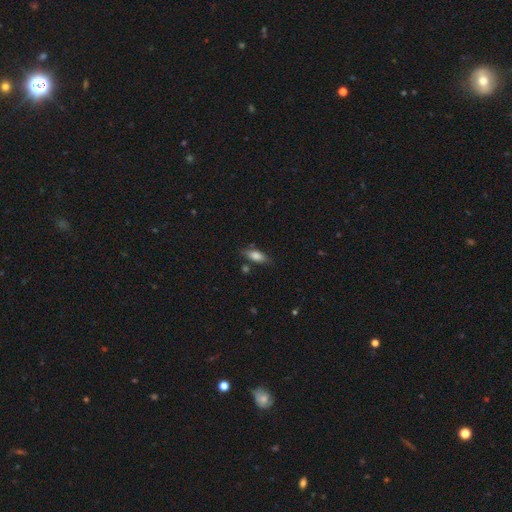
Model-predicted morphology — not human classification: A smooth galaxy with no disk features (79%) that is in between round and cigar-shaped (76%).

Vote fractions:
- Smooth or featured? smooth: 79% / featured or disk: 14% / star or artifact: 8%
- How rounded? in between: 76% / cigar-shaped: 22% / round: 3%
- Merging? none: 76% / minor disturbance: 16% / merger: 4% / major disturbance: 4%